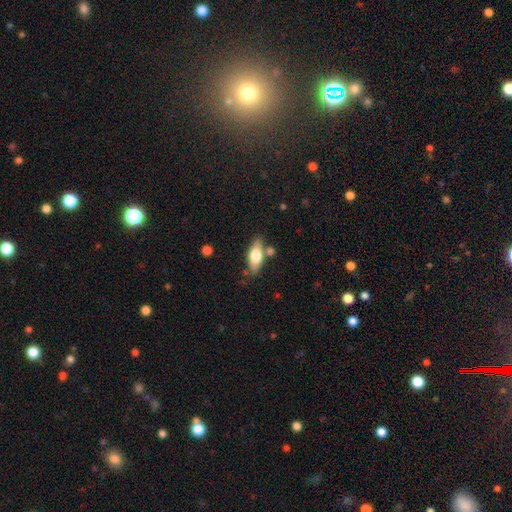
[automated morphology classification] type=smooth (65%); roundness=in between (72%); merging=none (73%).